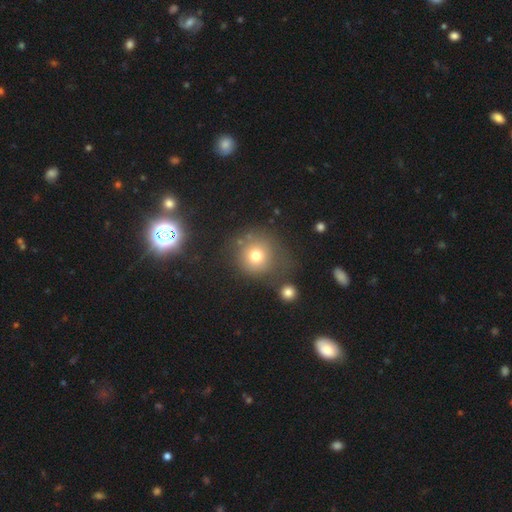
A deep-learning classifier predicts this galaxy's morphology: smooth_or_featured: smooth (p=0.73) [alt: star or artifact p=0.15]
how_rounded: round (p=0.91) [alt: in between p=0.08]
merging: none (p=0.68) [alt: minor disturbance p=0.13]